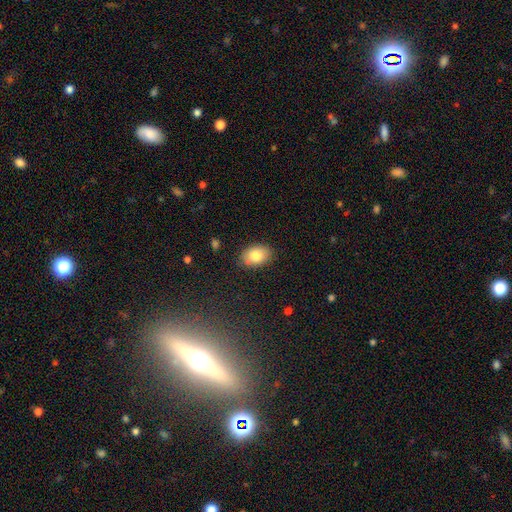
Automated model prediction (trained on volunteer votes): smooth 83%, featured or disk 9%, star or artifact 7%. Down the decision tree: how rounded — in between (84%); merging — none (86%).